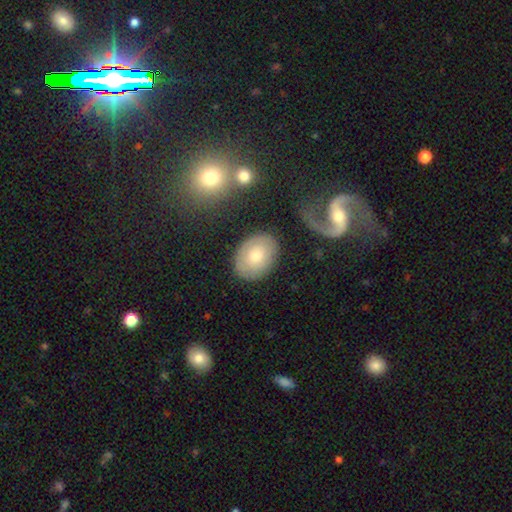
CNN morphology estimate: Smooth or featured? Predicted: smooth (p=0.68). How rounded? Predicted: in between (p=0.74). Merging? Predicted: none (p=0.80).